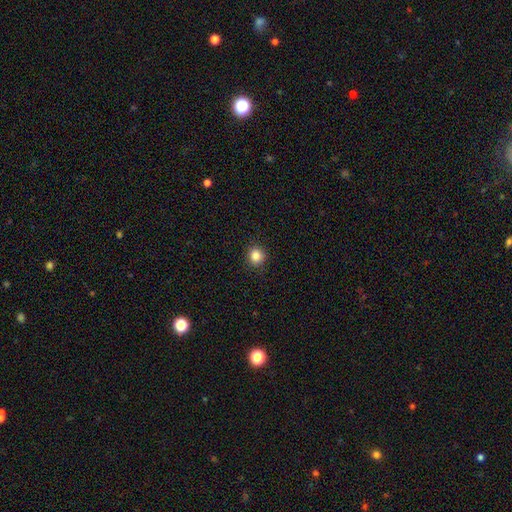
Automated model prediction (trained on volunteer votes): Smooth or featured: smooth — 85% (star or artifact — 11%)
How rounded: round — 89% (in between — 10%)
Merging: none — 91% (minor disturbance — 6%)